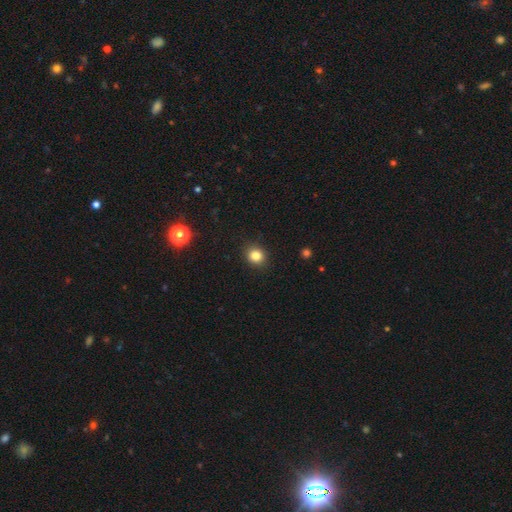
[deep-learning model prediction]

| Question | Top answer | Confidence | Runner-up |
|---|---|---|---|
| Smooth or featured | smooth | 83% | star or artifact (12%) |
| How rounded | round | 81% | in between (18%) |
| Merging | none | 90% | minor disturbance (7%) |